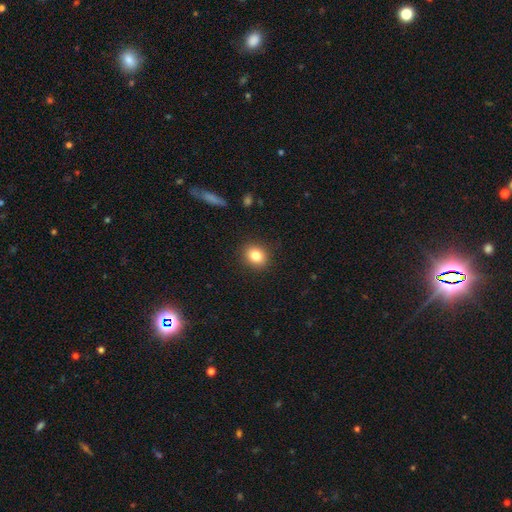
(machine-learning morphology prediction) type=smooth (83%); roundness=round (63%); merging=none (90%).